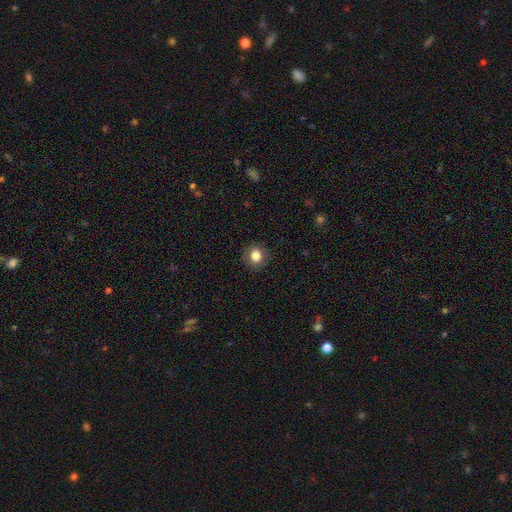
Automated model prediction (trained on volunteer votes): Smooth or featured: smooth — 82% (star or artifact — 10%)
How rounded: round — 82% (in between — 17%)
Merging: none — 88% (minor disturbance — 8%)